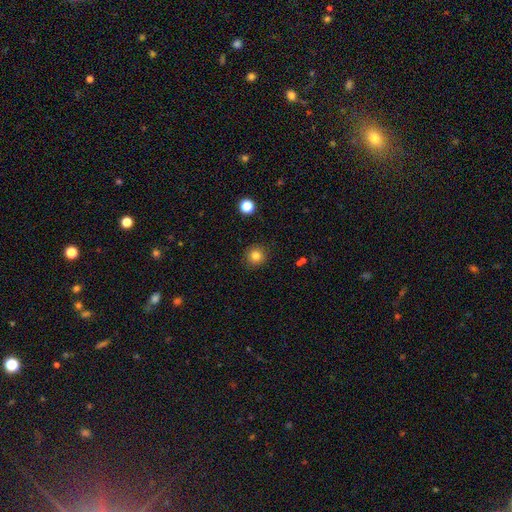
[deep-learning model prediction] Smooth or featured? smooth (82%)
How rounded? round (93%)
Merging? none (90%)